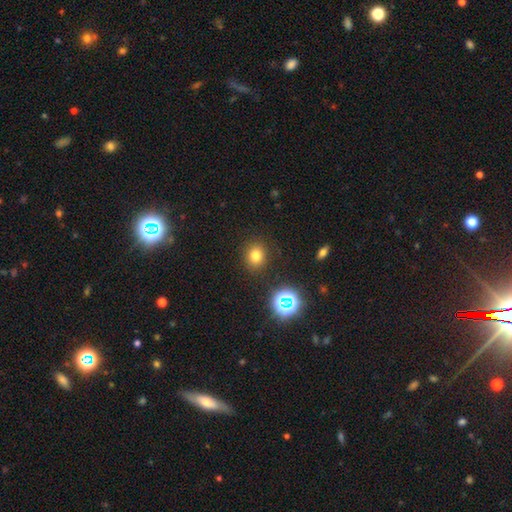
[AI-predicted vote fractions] smooth-or-featured: smooth: 75% | star or artifact: 18% | featured or disk: 7%
  how-rounded: round: 74% | in between: 25% | cigar-shaped: 1%
  merging: none: 88% | minor disturbance: 7% | major disturbance: 3% | merger: 2%